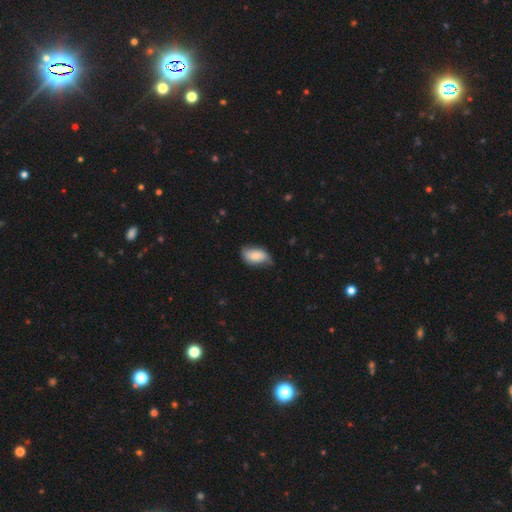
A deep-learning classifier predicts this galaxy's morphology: A smooth galaxy with no disk features (67%) that is in between round and cigar-shaped (92%).

Vote fractions:
- Smooth or featured? smooth: 67% / featured or disk: 26% / star or artifact: 7%
- How rounded? in between: 92% / round: 5% / cigar-shaped: 2%
- Merging? none: 56% / minor disturbance: 35% / major disturbance: 8% / merger: 1%